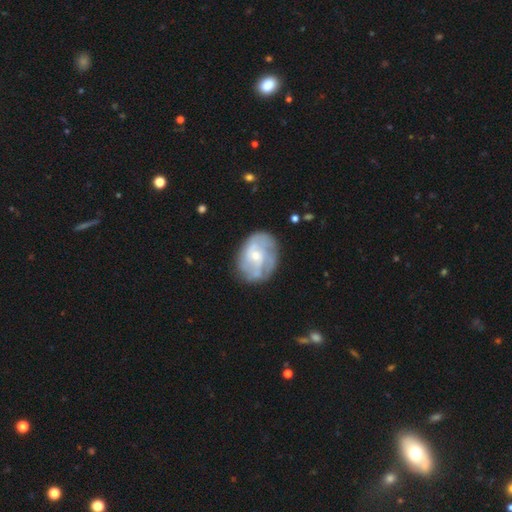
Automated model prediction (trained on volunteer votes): smooth_or_featured: featured or disk (p=0.68) [alt: smooth p=0.26]
disk_edge_on: no (p=0.97) [alt: yes p=0.03]
bar: no (p=0.65) [alt: weak p=0.30]
has_spiral_arms: yes (p=0.75) [alt: no p=0.25]
bulge_size: small (p=0.61) [alt: moderate p=0.34]
merging: none (p=0.66) [alt: minor disturbance p=0.21]